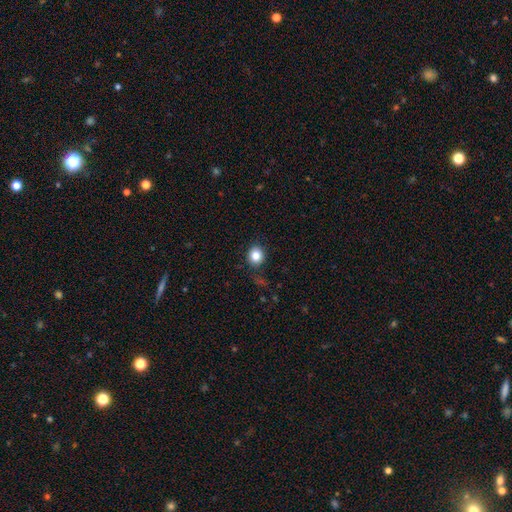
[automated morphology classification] A smooth galaxy with no disk features (83%) that is round (79%). Merging: none (85%).